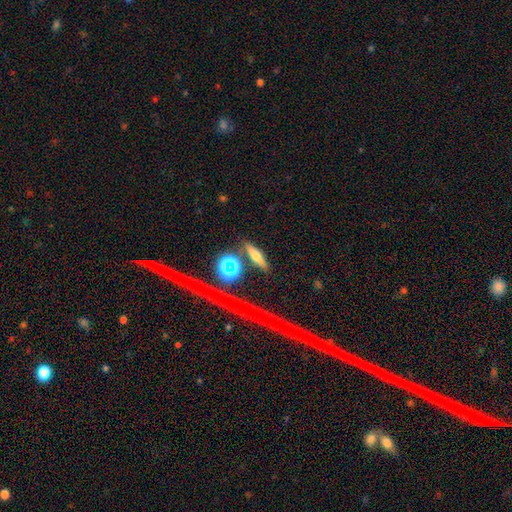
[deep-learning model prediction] Q: Smooth or featured?
A: smooth (60%); runner-up: featured or disk (25%)
Q: How rounded?
A: cigar-shaped (51%); runner-up: in between (42%)
Q: Merging?
A: none (80%); runner-up: minor disturbance (11%)